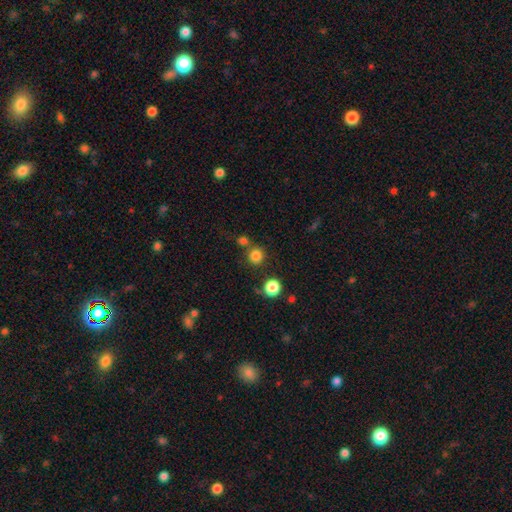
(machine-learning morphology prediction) This is clearly a smooth galaxy (82%). How rounded: clearly round (91%). Merging: likely none (76%).